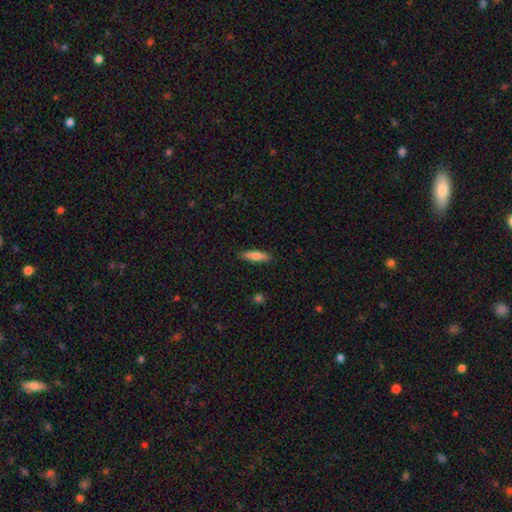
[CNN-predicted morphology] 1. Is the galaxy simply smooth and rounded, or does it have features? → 71% smooth, 23% featured or disk, 6% star or artifact.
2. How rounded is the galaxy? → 72% cigar-shaped, 26% in between, 2% round.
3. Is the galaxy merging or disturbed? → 88% none, 9% minor disturbance, 2% major disturbance, 1% merger.